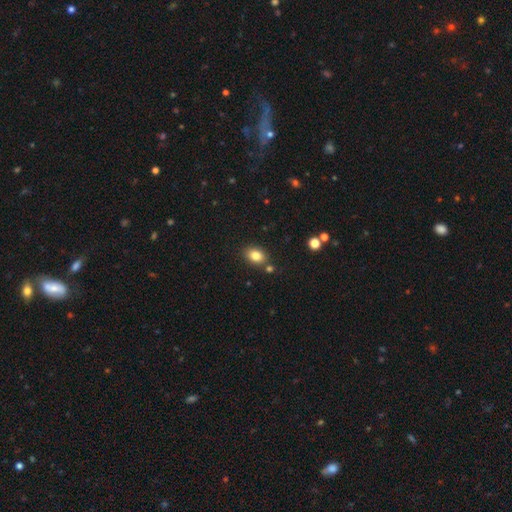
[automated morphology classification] Smooth or featured?
  - smooth: 83% *
  - star or artifact: 10%
  - featured or disk: 7%
How rounded?
  - in between: 73% *
  - round: 26%
  - cigar-shaped: 1%
Merging?
  - none: 79% *
  - minor disturbance: 11%
  - merger: 8%
  - major disturbance: 3%